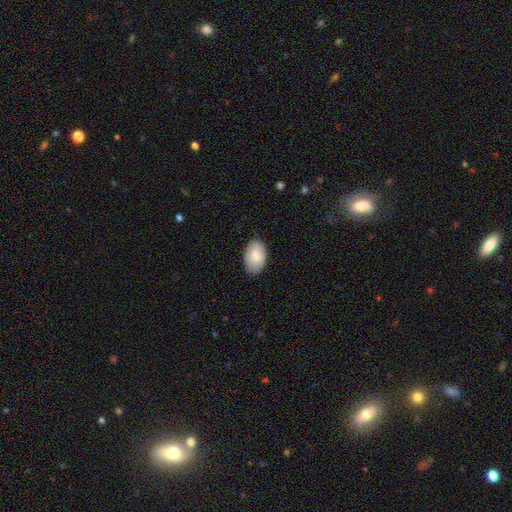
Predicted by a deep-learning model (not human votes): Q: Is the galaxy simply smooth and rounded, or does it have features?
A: smooth — 81%.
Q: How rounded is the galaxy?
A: in between — 91%.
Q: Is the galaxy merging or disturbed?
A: none — 83%.